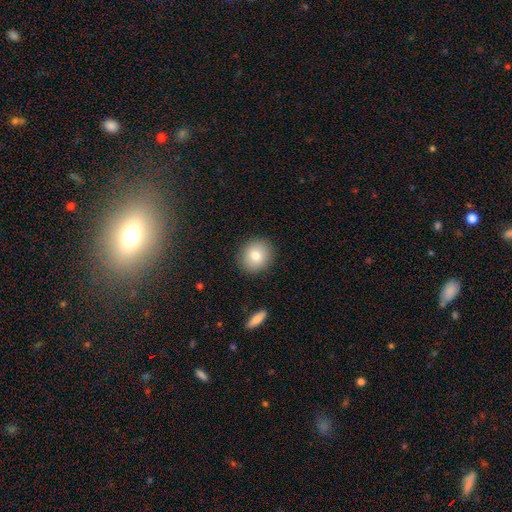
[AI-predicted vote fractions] This is likely a smooth galaxy (79%). How rounded: clearly round (83%). Merging: clearly none (89%).